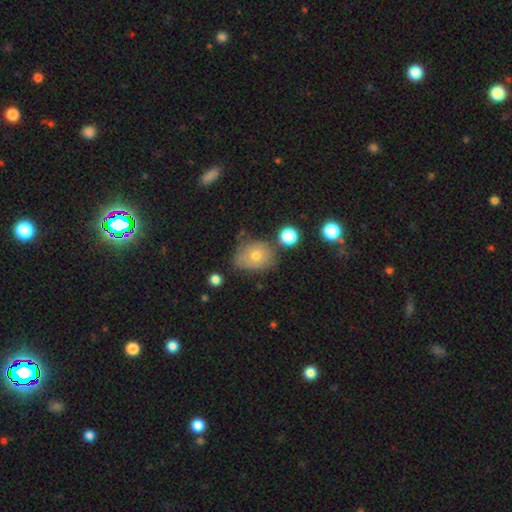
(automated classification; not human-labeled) smooth 66%, featured or disk 23%, star or artifact 11%. Down the decision tree: how rounded — in between (50%); merging — none (58%).